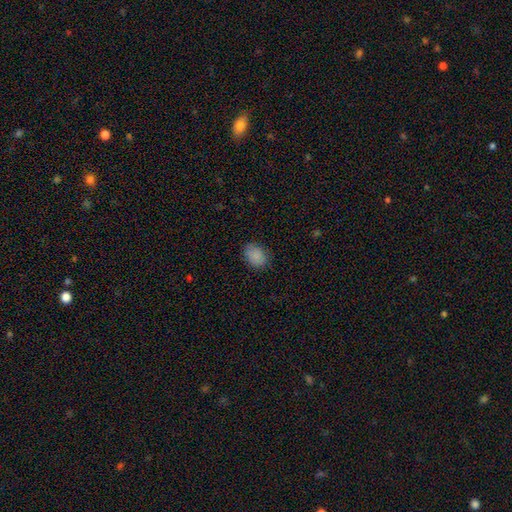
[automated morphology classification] Q: Smooth or featured?
A: smooth (86%); runner-up: star or artifact (9%)
Q: How rounded?
A: in between (65%); runner-up: round (34%)
Q: Merging?
A: none (81%); runner-up: minor disturbance (15%)